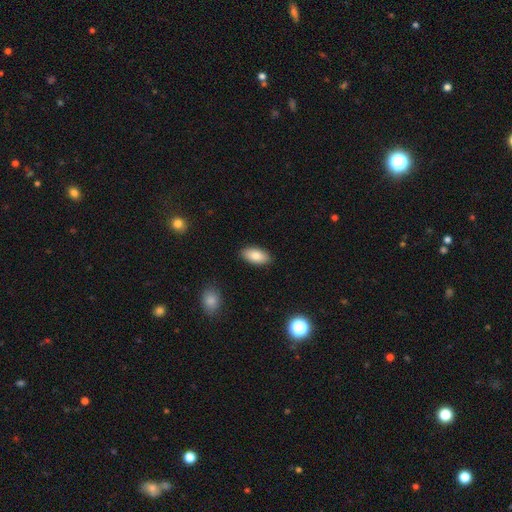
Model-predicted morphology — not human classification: Smooth or featured? smooth (84%)
How rounded? in between (93%)
Merging? none (89%)